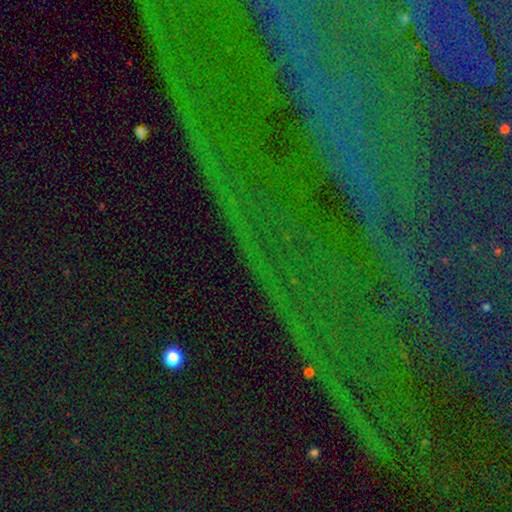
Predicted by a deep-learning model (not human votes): A star or artifact, not a galaxy (84%).